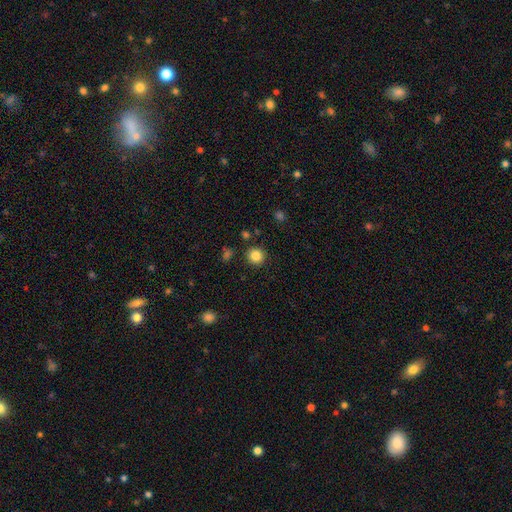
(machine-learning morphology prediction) smooth-or-featured: smooth: 85% | star or artifact: 11% | featured or disk: 5%
  how-rounded: round: 92% | in between: 7% | cigar-shaped: 1%
  merging: none: 89% | minor disturbance: 6% | major disturbance: 2% | merger: 2%